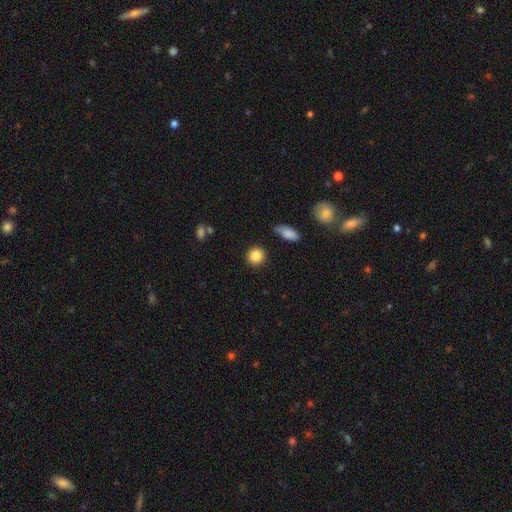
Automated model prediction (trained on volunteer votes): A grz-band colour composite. It shows a smooth galaxy with no disk features (87%) that is round (89%). Merging: none (88%).